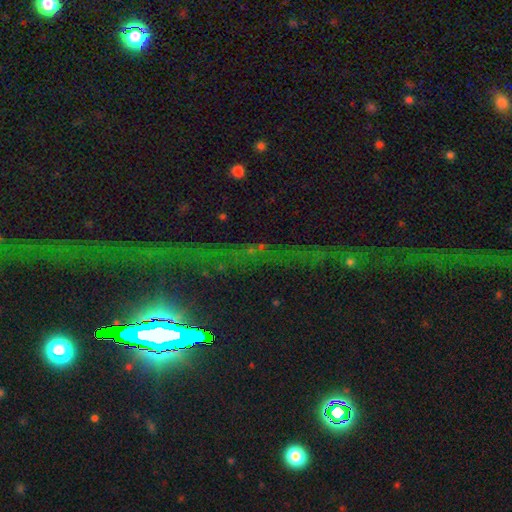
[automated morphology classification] This is likely a star or artifact rather than a galaxy (69%).